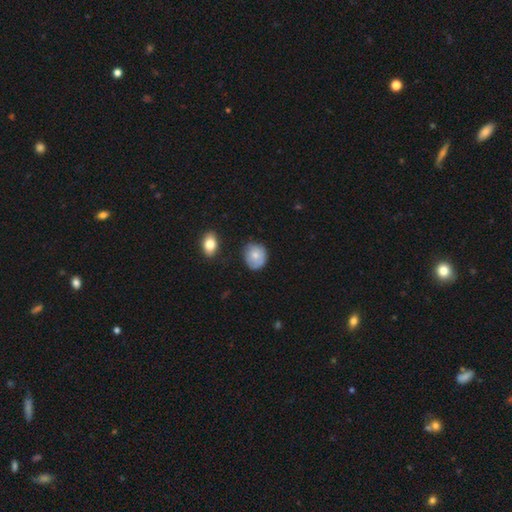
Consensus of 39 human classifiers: Morphology: type=smooth (64%); roundness=round (76%); merging=none (67%).